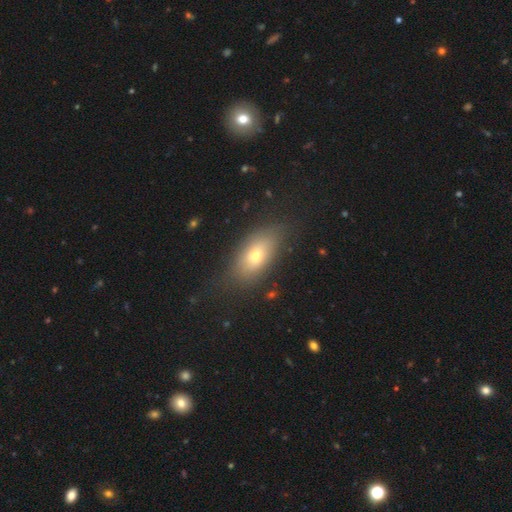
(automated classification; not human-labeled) Morphology: type=smooth (67%); roundness=in between (84%); merging=none (77%).